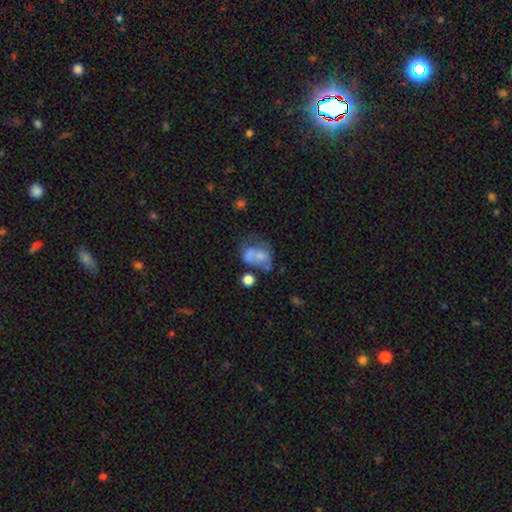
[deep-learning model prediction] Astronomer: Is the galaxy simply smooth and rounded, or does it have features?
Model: smooth — 56% (runner-up: featured or disk, 33%).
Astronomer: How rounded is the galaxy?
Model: in between — 66%.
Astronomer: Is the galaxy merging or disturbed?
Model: merger — 40% (runner-up: major disturbance, 25%).